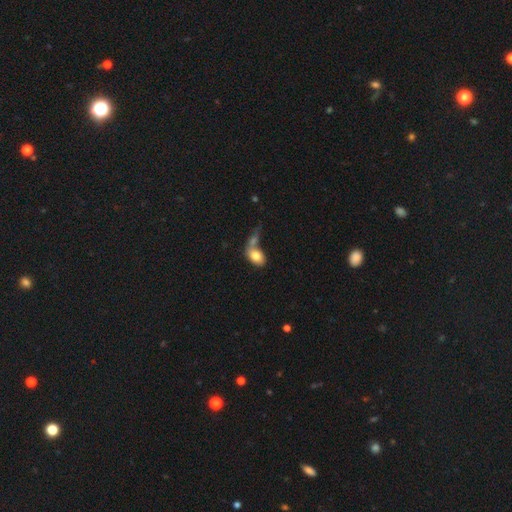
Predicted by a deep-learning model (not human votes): Morphology: type=smooth (78%); roundness=in between (81%); merging=merger (53%).